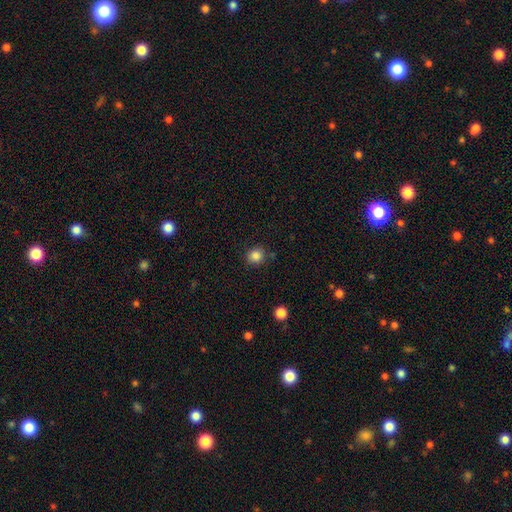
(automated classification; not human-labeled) The model was most divided on "smooth or featured": smooth: 84%, star or artifact: 11%, featured or disk: 5%. More confident: how rounded — round (88%); merging — none (85%).